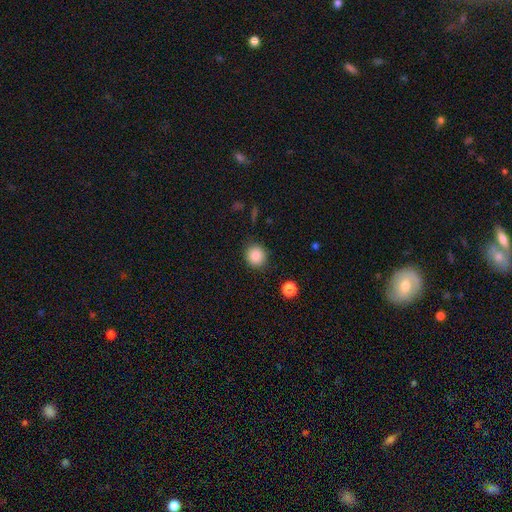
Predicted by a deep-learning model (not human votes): This is clearly a smooth galaxy (86%). How rounded: clearly round (89%). Merging: clearly none (89%).